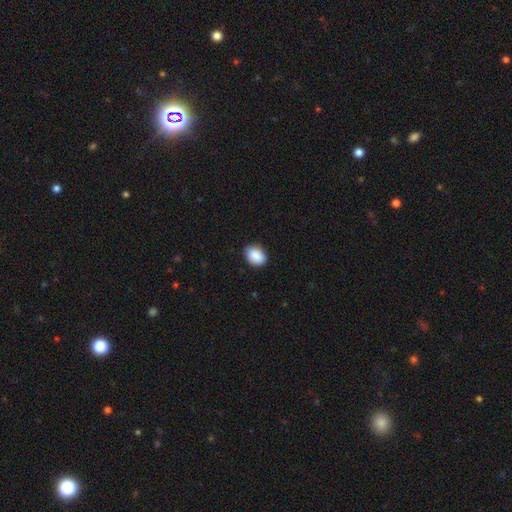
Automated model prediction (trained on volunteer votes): smooth-or-featured: smooth: 90% | star or artifact: 7% | featured or disk: 3%
  how-rounded: in between: 73% | round: 25% | cigar-shaped: 1%
  merging: none: 88% | minor disturbance: 9% | major disturbance: 2% | merger: 1%